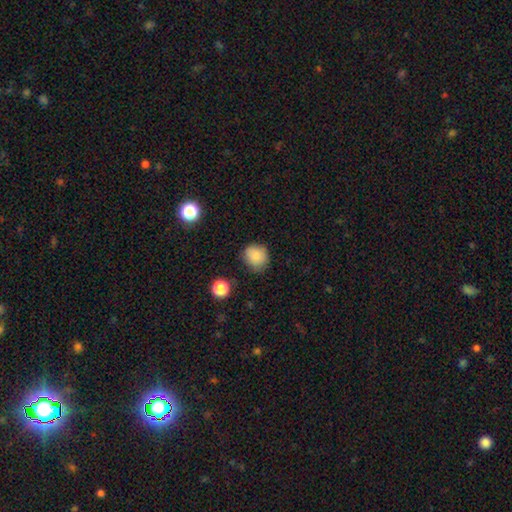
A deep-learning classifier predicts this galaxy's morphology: This is clearly a smooth galaxy (84%). How rounded: clearly round (85%). Merging: likely none (80%).